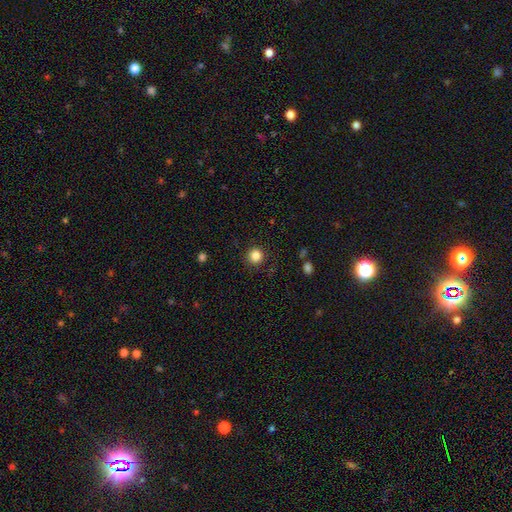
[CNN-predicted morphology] Q: Smooth or featured?
A: smooth (85%); runner-up: star or artifact (11%)
Q: How rounded?
A: round (95%); runner-up: in between (4%)
Q: Merging?
A: none (90%); runner-up: minor disturbance (6%)